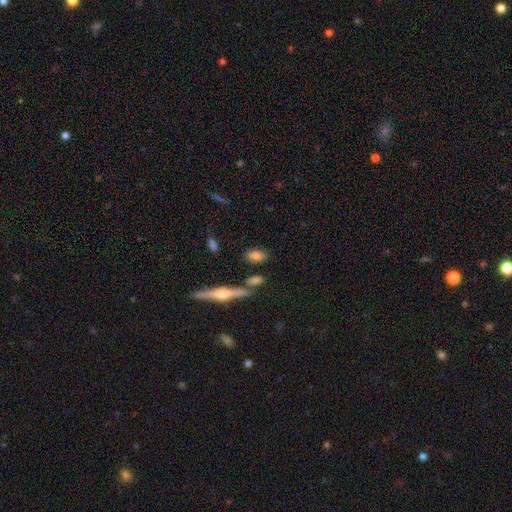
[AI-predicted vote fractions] Morphology: type=smooth (73%); roundness=in between (85%); merging=none (77%).